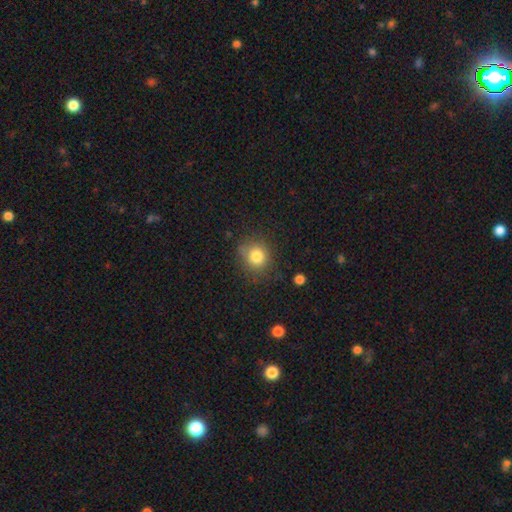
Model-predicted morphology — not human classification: Smooth or featured?
  - smooth: 81% *
  - star or artifact: 11%
  - featured or disk: 8%
How rounded?
  - round: 83% *
  - in between: 16%
  - cigar-shaped: 1%
Merging?
  - none: 78% *
  - minor disturbance: 15%
  - major disturbance: 5%
  - merger: 2%